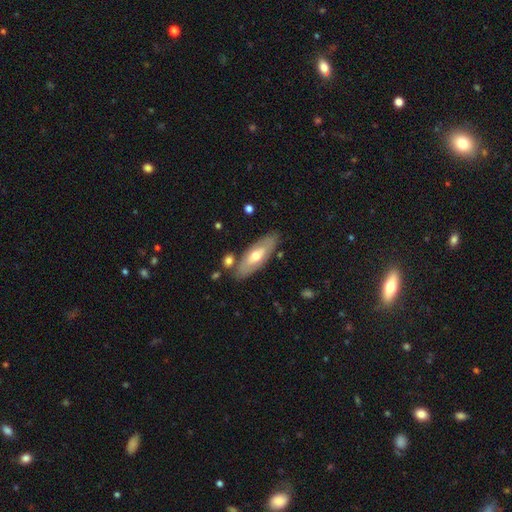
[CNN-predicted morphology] Smooth or featured: featured or disk — 50% (smooth — 45%)
Merging: none — 80% (minor disturbance — 12%)